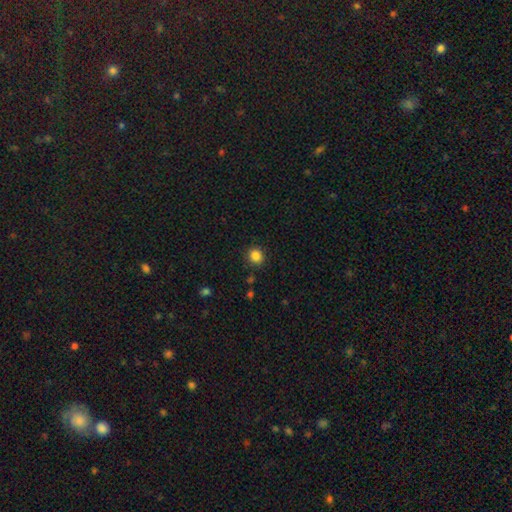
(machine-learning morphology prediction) Q: Smooth or featured?
A: smooth (85%); runner-up: star or artifact (11%)
Q: How rounded?
A: round (83%); runner-up: in between (16%)
Q: Merging?
A: none (88%); runner-up: minor disturbance (8%)